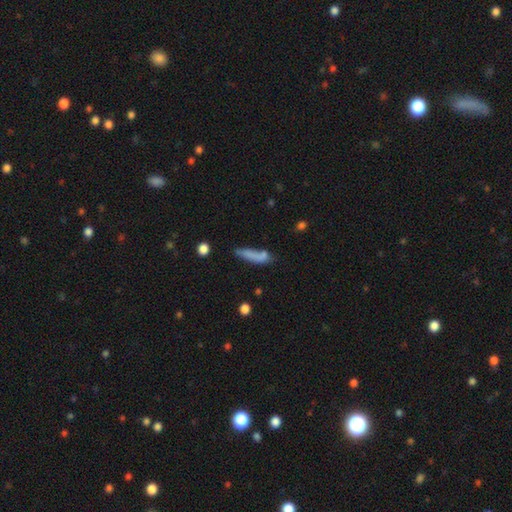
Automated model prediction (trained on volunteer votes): smooth-or-featured: smooth: 74% | featured or disk: 17% | star or artifact: 9%
  how-rounded: cigar-shaped: 69% | in between: 29% | round: 3%
  merging: none: 49% | minor disturbance: 25% | merger: 14% | major disturbance: 12%